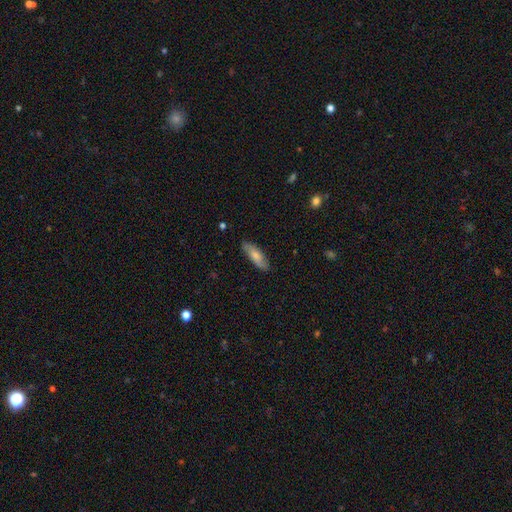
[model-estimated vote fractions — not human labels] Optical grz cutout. It shows a smooth galaxy with no disk features (73%) that is in between round and cigar-shaped (53%). Merging: none (84%).